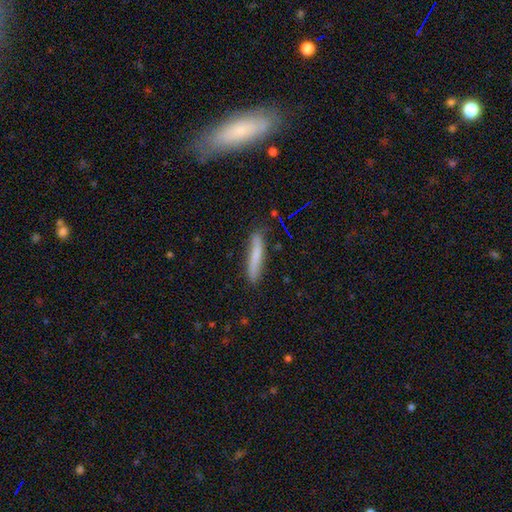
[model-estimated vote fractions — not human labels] A smooth galaxy with no disk features (69%) that is cigar-shaped (92%).

Vote fractions:
- Smooth or featured? smooth: 69% / featured or disk: 24% / star or artifact: 7%
- How rounded? cigar-shaped: 92% / in between: 6% / round: 1%
- Merging? none: 76% / minor disturbance: 18% / major disturbance: 4% / merger: 3%